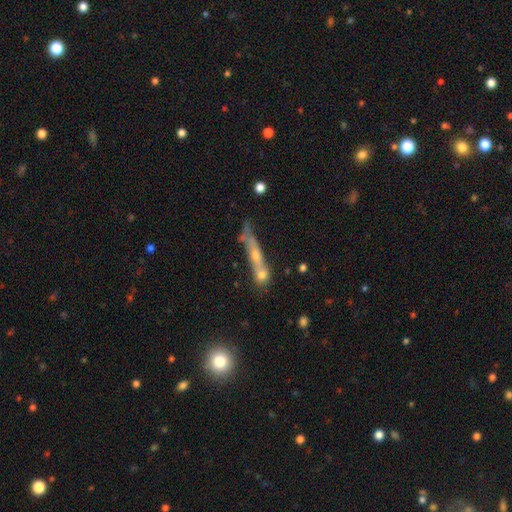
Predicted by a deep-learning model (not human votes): Q: Smooth or featured?
A: featured or disk (52%); runner-up: smooth (35%)
Q: Edge-on disk?
A: yes (64%); runner-up: no (36%)
Q: Merging?
A: none (36%); tied with: merger (36%)